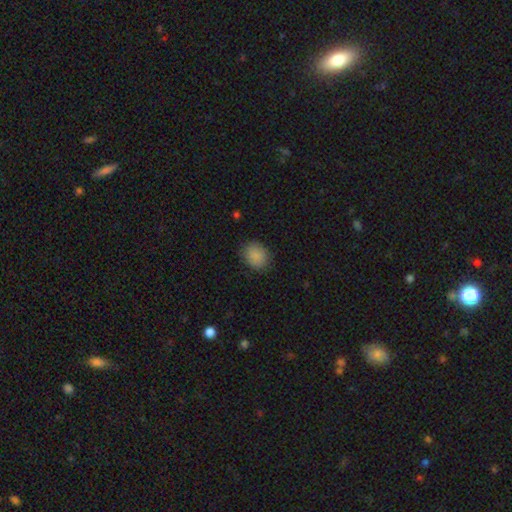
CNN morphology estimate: type=smooth (87%); roundness=round (57%); merging=none (82%).